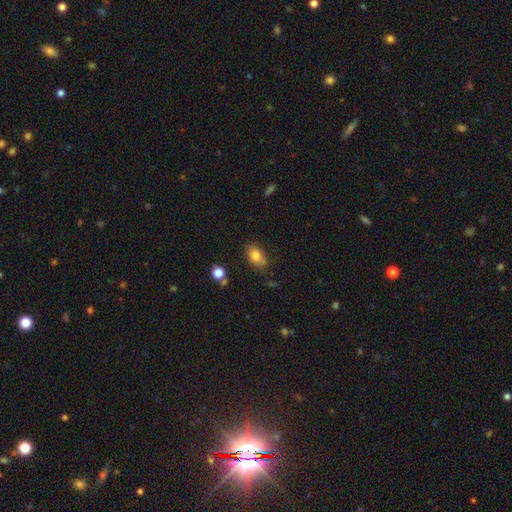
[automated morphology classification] smooth-or-featured: smooth: 81% | featured or disk: 10% | star or artifact: 9%
  how-rounded: in between: 83% | round: 16% | cigar-shaped: 2%
  merging: none: 72% | minor disturbance: 18% | merger: 6% | major disturbance: 4%